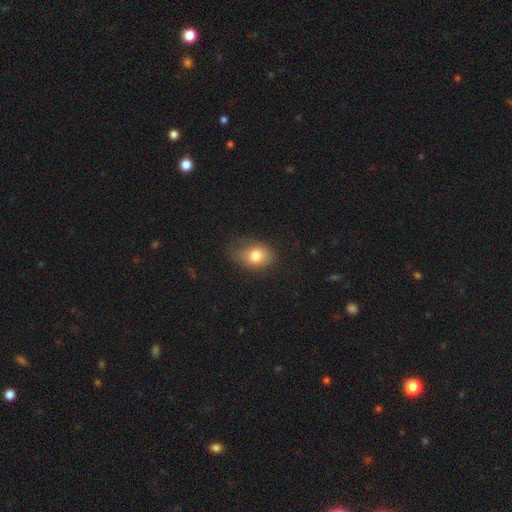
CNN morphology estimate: smooth 77%, featured or disk 13%, star or artifact 10%. Down the decision tree: how rounded — in between (72%); merging — none (50%).